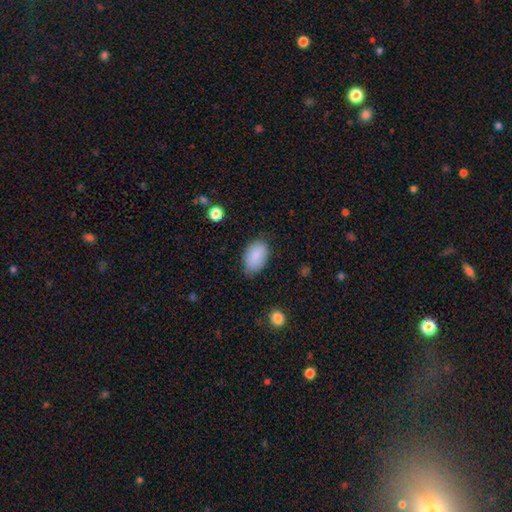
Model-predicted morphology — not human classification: Q: Smooth or featured?
A: smooth (88%); runner-up: star or artifact (7%)
Q: How rounded?
A: in between (92%); runner-up: round (6%)
Q: Merging?
A: none (73%); runner-up: minor disturbance (21%)